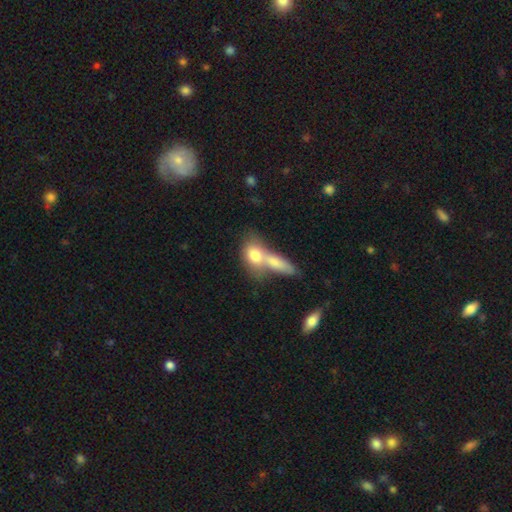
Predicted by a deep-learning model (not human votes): Smooth or featured? Predicted: smooth (p=0.76). How rounded? Predicted: in between (p=0.69). Merging? Predicted: merger (p=0.65).